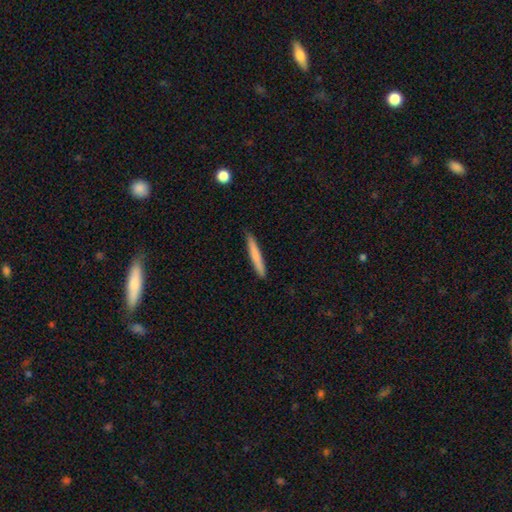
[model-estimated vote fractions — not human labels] smooth 74%, featured or disk 20%, star or artifact 6%. Down the decision tree: how rounded — cigar-shaped (96%); merging — none (89%).